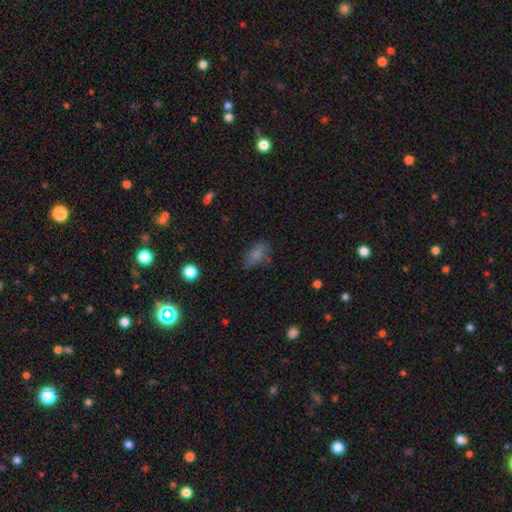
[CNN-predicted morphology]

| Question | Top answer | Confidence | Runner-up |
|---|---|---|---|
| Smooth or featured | smooth | 67% | star or artifact (21%) |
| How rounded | in between | 82% | round (13%) |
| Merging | none | 69% | minor disturbance (22%) |